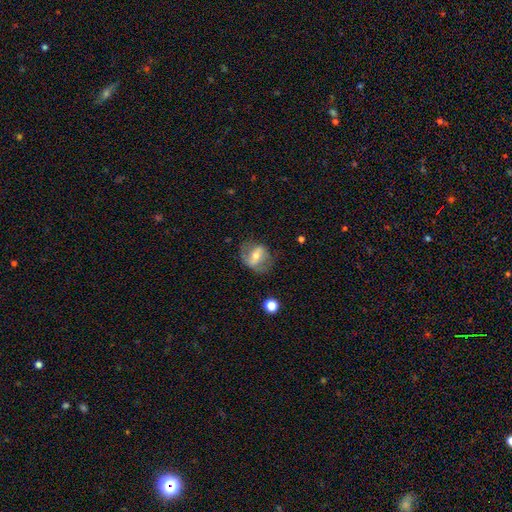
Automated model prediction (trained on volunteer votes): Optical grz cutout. It shows a featured or disk galaxy (57%) with a strong bar (46%), spiral arms (58%) and a moderate central bulge (54%). Merging: none (63%).